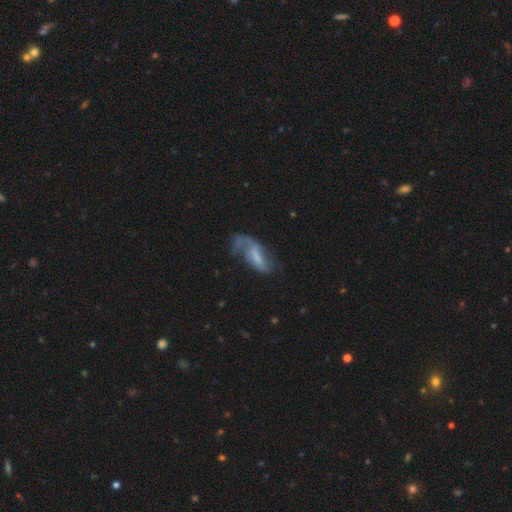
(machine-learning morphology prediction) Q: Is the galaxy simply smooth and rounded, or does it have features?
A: featured or disk — 59%.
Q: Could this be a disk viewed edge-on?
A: no — 91%.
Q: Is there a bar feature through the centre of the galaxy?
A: weak — 42%.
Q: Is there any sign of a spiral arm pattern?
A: yes — 76%.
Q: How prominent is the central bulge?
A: none — 36%.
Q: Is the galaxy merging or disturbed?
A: major disturbance — 37%.